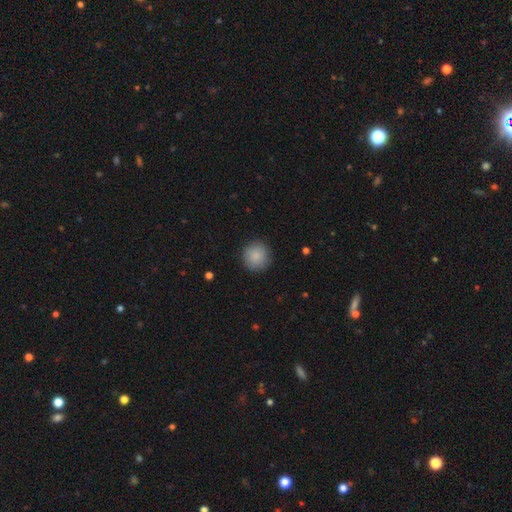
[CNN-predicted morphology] smooth_or_featured: smooth (p=0.88) [alt: star or artifact p=0.07]
how_rounded: round (p=0.94) [alt: in between p=0.05]
merging: none (p=0.90) [alt: minor disturbance p=0.07]